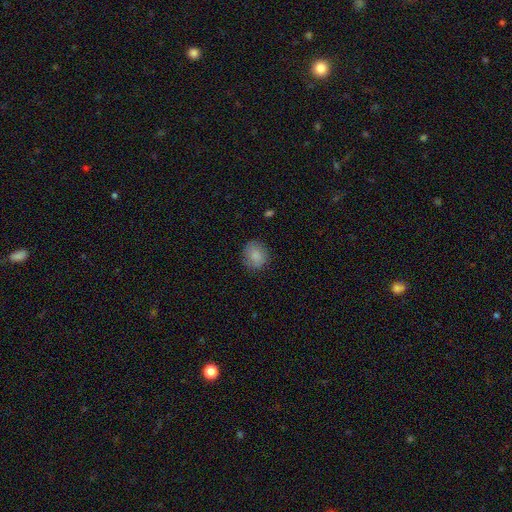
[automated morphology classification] smooth 83%, featured or disk 10%, star or artifact 8%. Down the decision tree: how rounded — round (73%); merging — none (78%).